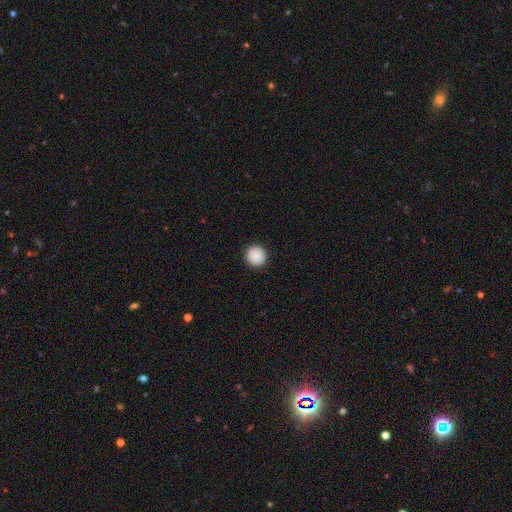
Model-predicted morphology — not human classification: A smooth galaxy with no disk features (87%) that is round (93%). Merging: none (92%).